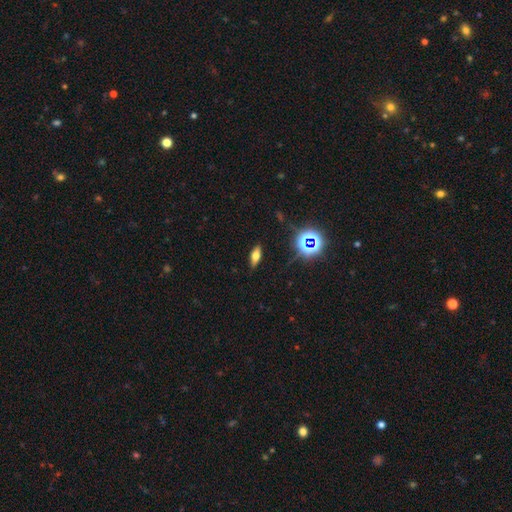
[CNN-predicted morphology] smooth 51%, featured or disk 31%, star or artifact 19%. Down the decision tree: how rounded — in between (67%); merging — none (86%).